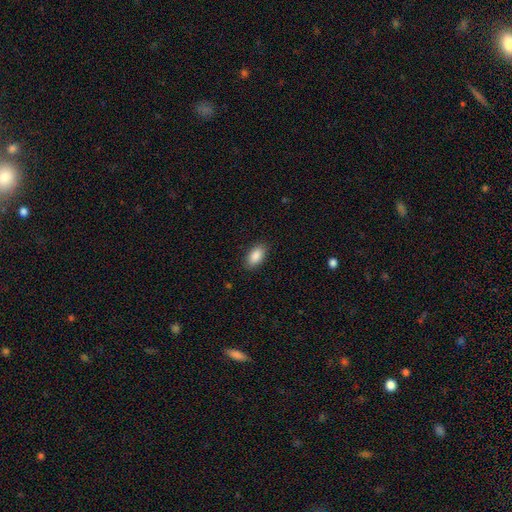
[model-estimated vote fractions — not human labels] smooth-or-featured: smooth: 89% | star or artifact: 7% | featured or disk: 4%
  how-rounded: in between: 94% | round: 4% | cigar-shaped: 3%
  merging: none: 87% | minor disturbance: 9% | major disturbance: 2% | merger: 1%